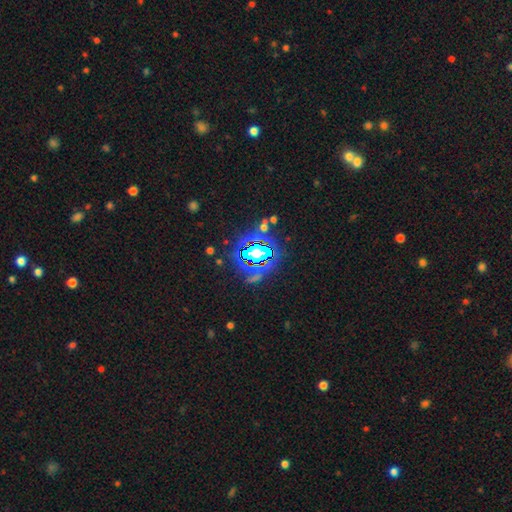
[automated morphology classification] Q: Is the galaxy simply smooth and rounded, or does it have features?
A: star or artifact — 83%.